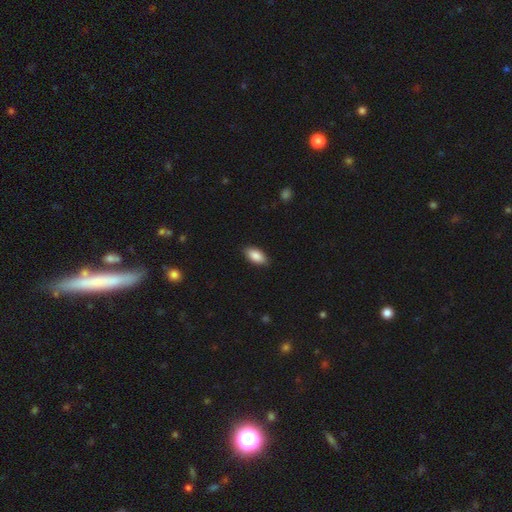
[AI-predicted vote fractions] A smooth galaxy with no disk features (88%) that is in between round and cigar-shaped (92%). Merging: none (88%).